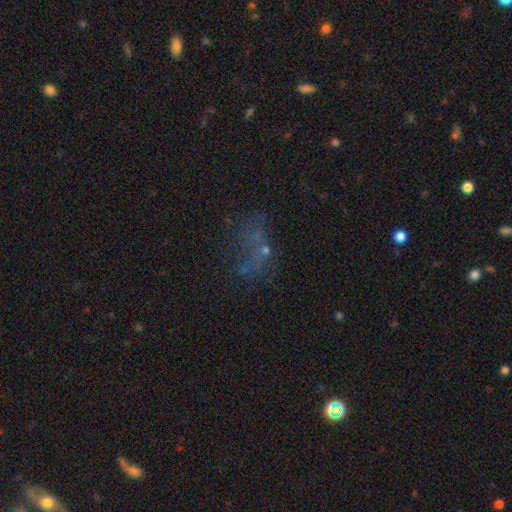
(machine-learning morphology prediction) The model was most divided on "smooth or featured": star or artifact: 37%, featured or disk: 32%, smooth: 31%.